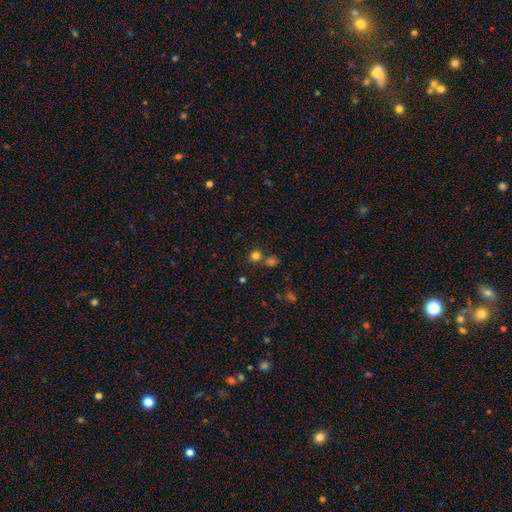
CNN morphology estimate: Overall: smooth (76%). How rounded: round (85%). Merging: none (69%).